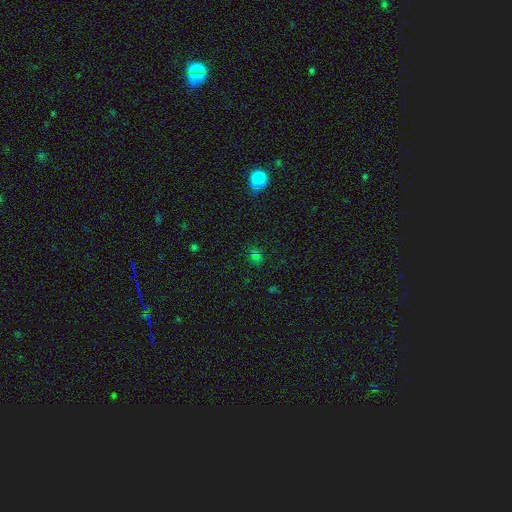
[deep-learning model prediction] Q: Smooth or featured?
A: smooth (65%); runner-up: star or artifact (28%)
Q: How rounded?
A: round (73%); runner-up: in between (25%)
Q: Merging?
A: none (82%); runner-up: minor disturbance (12%)